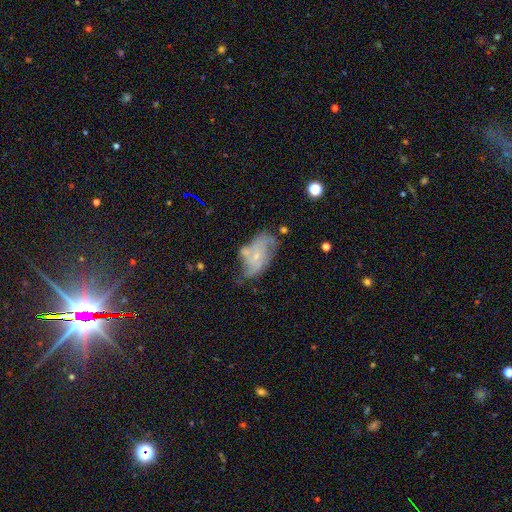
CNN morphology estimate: This is likely a featured or disk galaxy (66%). It is clearly not viewed edge-on (95%). Bar: likely no (73%). Spiral arm pattern: likely yes (79%). Central bulge: likely small (79%). Merging: marginally none (43%).